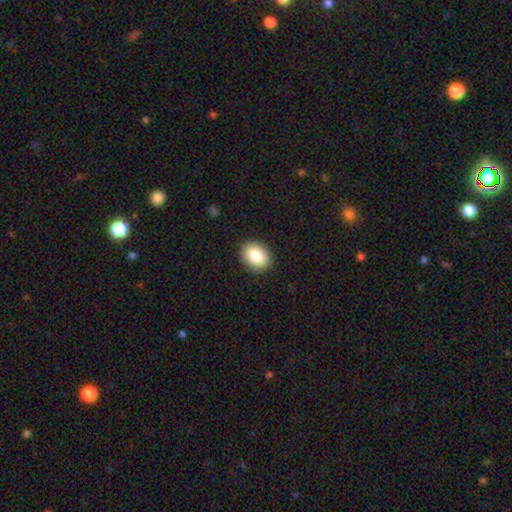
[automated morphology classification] This appears to be a smooth galaxy with no disk features (87%) that is in between round and cigar-shaped (71%). Merging: none (89%).